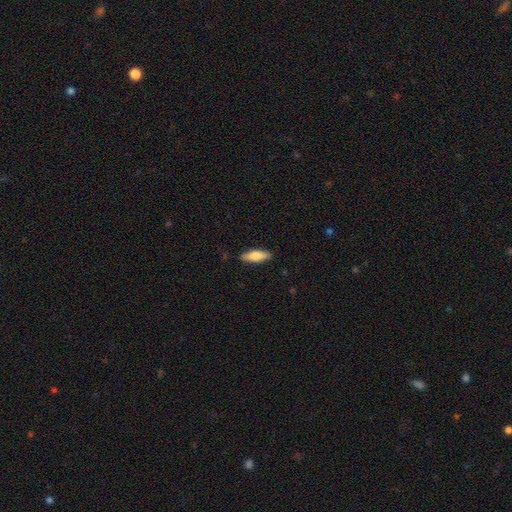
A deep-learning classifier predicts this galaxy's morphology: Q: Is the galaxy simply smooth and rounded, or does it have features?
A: smooth — 75%.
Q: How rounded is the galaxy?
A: in between — 54%.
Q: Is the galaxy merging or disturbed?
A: none — 87%.